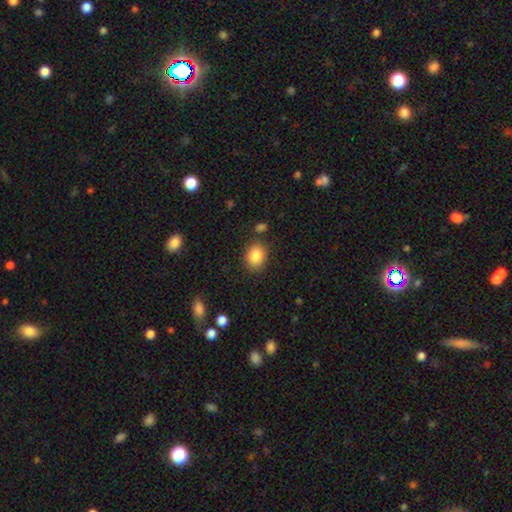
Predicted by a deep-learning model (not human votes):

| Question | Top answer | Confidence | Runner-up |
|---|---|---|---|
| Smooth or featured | smooth | 85% | star or artifact (9%) |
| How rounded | round | 50% | in between (49%) |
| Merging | none | 82% | minor disturbance (11%) |